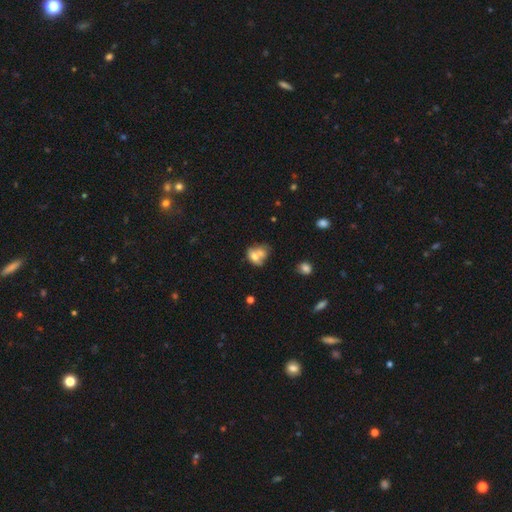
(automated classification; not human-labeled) A smooth galaxy with no disk features (64%) that is in between round and cigar-shaped (55%).

Vote fractions:
- Smooth or featured? smooth: 64% / featured or disk: 25% / star or artifact: 11%
- How rounded? in between: 55% / round: 43% / cigar-shaped: 2%
- Merging? merger: 60% / none: 22% / minor disturbance: 11% / major disturbance: 7%